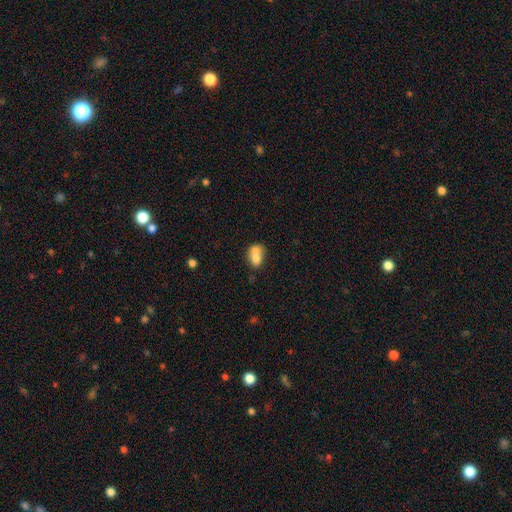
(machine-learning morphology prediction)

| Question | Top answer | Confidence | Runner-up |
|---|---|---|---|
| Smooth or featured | smooth | 69% | featured or disk (22%) |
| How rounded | in between | 58% | round (41%) |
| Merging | merger | 69% | none (20%) |